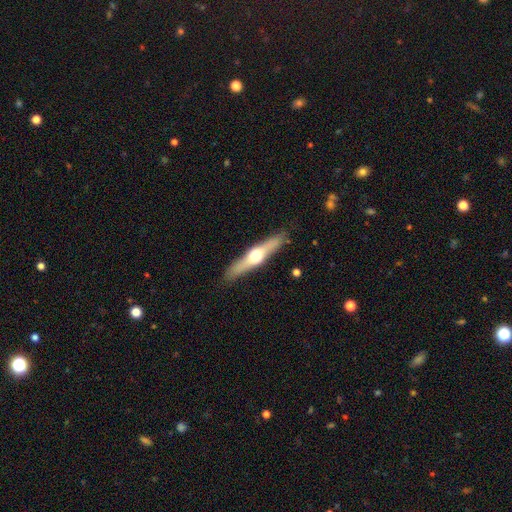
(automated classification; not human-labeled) Q: Smooth or featured?
A: featured or disk (63%); runner-up: smooth (32%)
Q: Edge-on disk?
A: yes (95%); runner-up: no (5%)
Q: Edge-on bulge?
A: rounded (95%); runner-up: boxy (3%)
Q: Merging?
A: none (88%); runner-up: minor disturbance (9%)